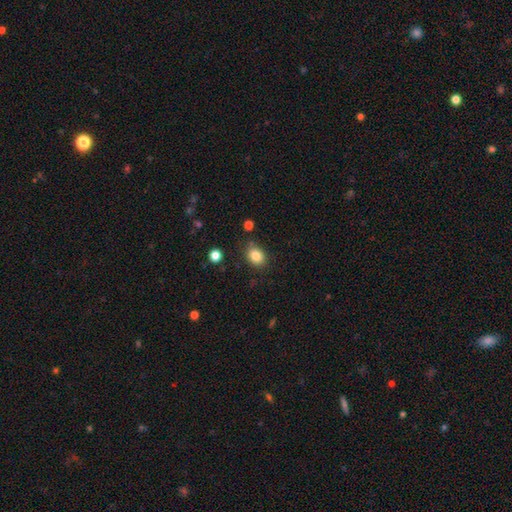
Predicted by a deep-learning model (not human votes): This is clearly a smooth galaxy (85%). How rounded: possibly in between (59%). Merging: likely none (79%).